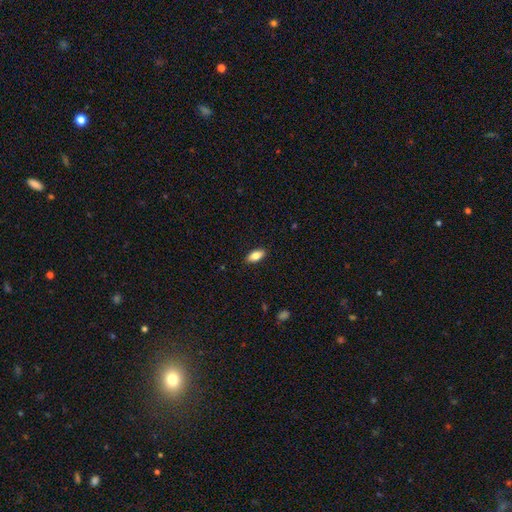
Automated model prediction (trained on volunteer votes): Q: Smooth or featured?
A: smooth (81%); runner-up: featured or disk (12%)
Q: How rounded?
A: in between (88%); runner-up: cigar-shaped (9%)
Q: Merging?
A: none (89%); runner-up: minor disturbance (8%)